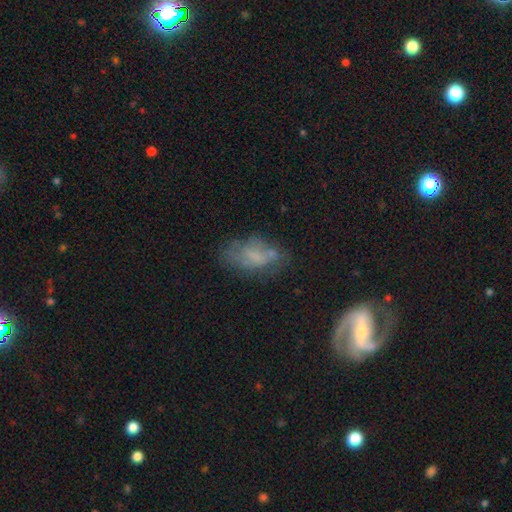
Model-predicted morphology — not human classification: type=featured or disk (44%, tied with smooth); merging=none (47%).